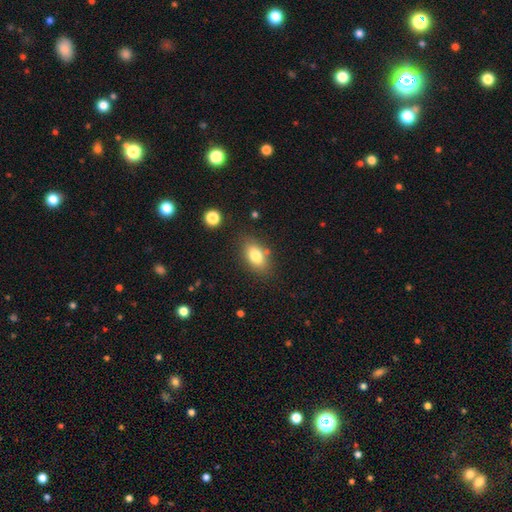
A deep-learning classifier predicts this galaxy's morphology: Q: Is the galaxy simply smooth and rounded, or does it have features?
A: smooth — 79%.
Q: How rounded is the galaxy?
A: in between — 87%.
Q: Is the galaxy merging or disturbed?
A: none — 79%.